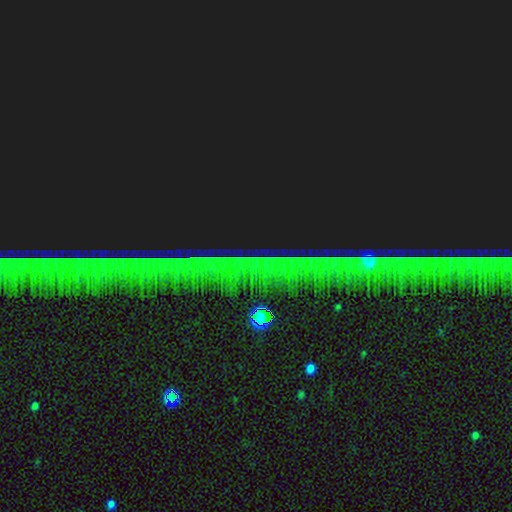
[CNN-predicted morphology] type=star or artifact (88%).